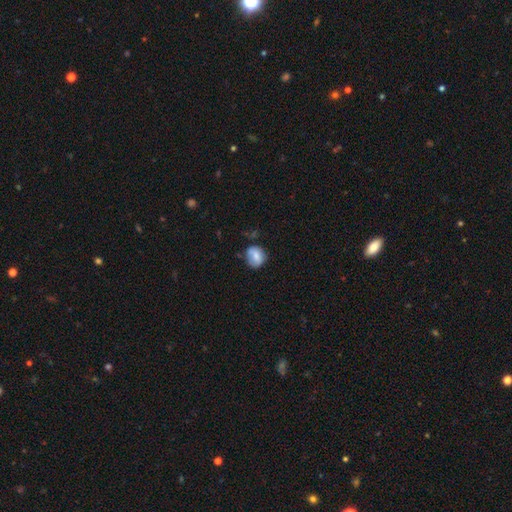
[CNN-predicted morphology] Q: Smooth or featured?
A: smooth (70%); runner-up: featured or disk (22%)
Q: How rounded?
A: round (69%); runner-up: in between (30%)
Q: Merging?
A: none (64%); runner-up: minor disturbance (26%)